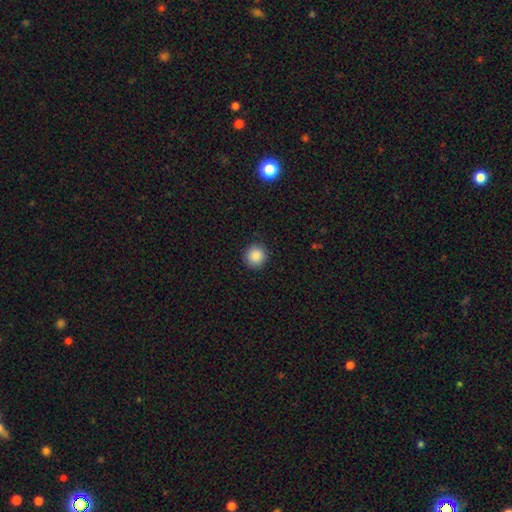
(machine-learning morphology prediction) Overall: smooth (88%). How rounded: round (94%). Merging: none (91%).